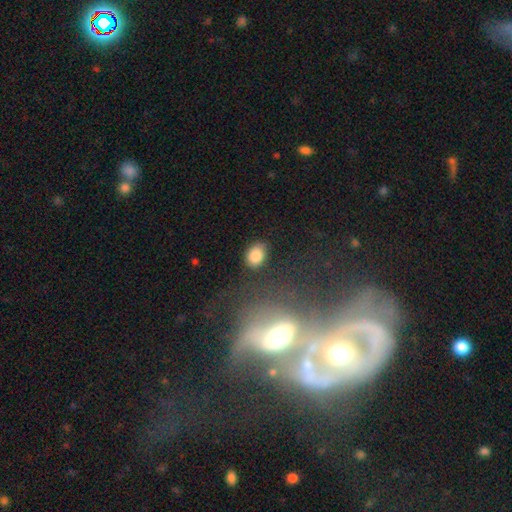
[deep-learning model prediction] Morphology: type=smooth (85%); roundness=in between (71%); merging=none (80%).